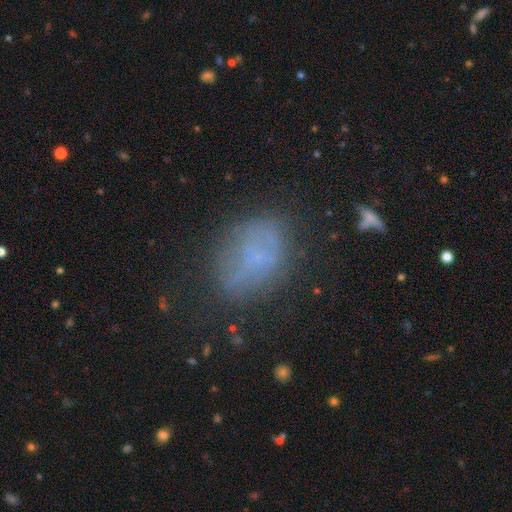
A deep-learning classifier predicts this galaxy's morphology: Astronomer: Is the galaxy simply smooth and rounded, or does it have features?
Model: smooth — 55%.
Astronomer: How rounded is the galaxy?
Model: in between — 75%.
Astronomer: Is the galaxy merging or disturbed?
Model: none — 58%.